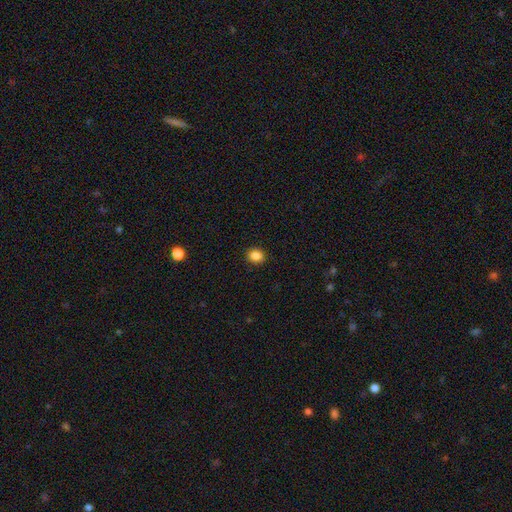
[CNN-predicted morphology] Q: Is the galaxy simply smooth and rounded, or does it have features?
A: smooth — 86%.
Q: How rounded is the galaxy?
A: round — 69%.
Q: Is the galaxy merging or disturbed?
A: none — 90%.